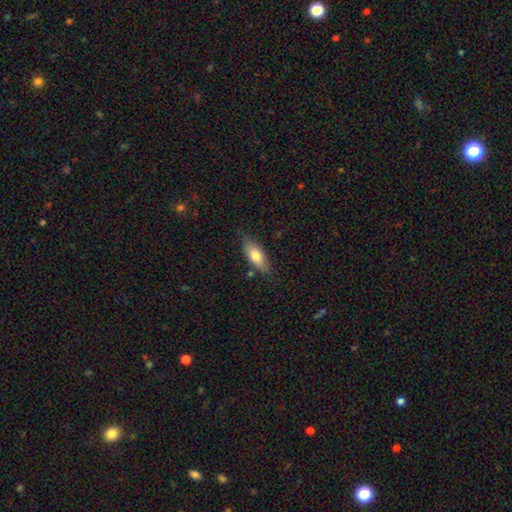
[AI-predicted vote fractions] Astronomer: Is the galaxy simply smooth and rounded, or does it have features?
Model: smooth — 74%.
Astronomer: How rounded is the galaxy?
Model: in between — 76%.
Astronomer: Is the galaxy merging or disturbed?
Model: none — 79%.